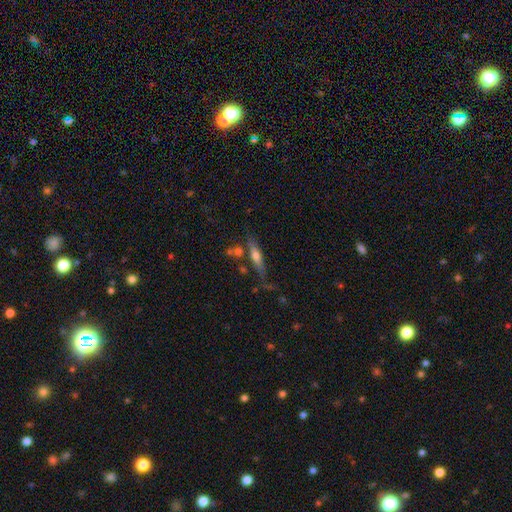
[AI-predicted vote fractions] Smooth or featured? Predicted: smooth (p=0.48). Merging? Predicted: none (p=0.60).